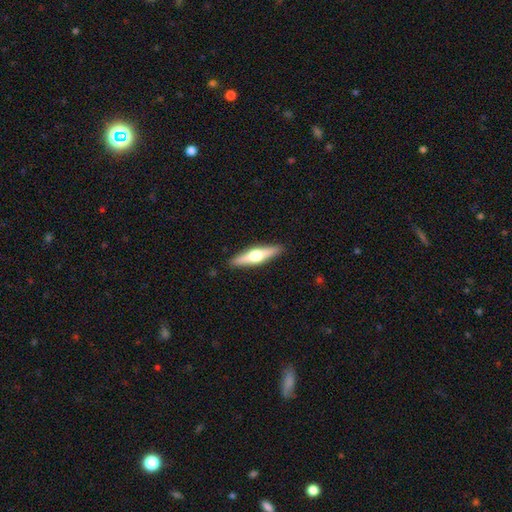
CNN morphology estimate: Smooth or featured? featured or disk (59%)
Edge-on disk? yes (96%)
Edge-on bulge? rounded (95%)
Merging? none (91%)